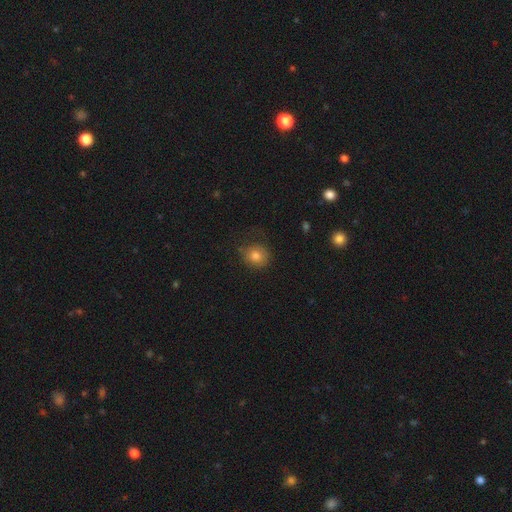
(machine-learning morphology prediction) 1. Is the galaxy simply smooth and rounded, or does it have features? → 78% smooth, 11% star or artifact, 11% featured or disk.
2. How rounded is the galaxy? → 78% round, 21% in between, 1% cigar-shaped.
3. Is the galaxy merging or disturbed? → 65% none, 23% minor disturbance, 10% major disturbance, 1% merger.